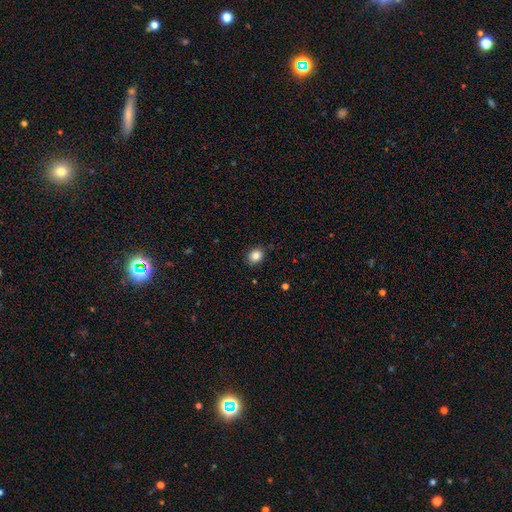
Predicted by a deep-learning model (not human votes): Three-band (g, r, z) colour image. It shows a smooth galaxy with no disk features (85%) that is round (61%). Merging: none (86%).